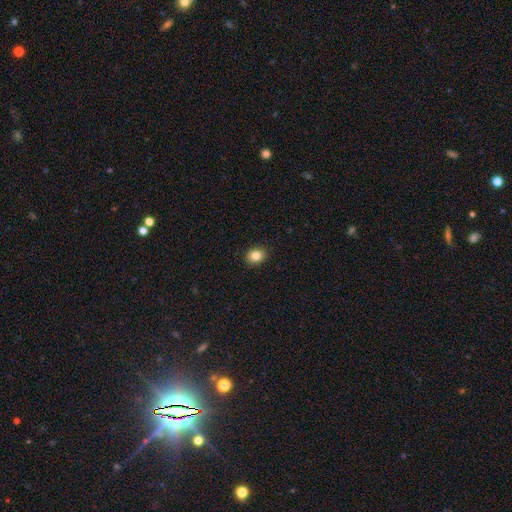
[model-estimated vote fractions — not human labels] smooth 85%, star or artifact 10%, featured or disk 5%. Down the decision tree: how rounded — round (53%); merging — none (90%).